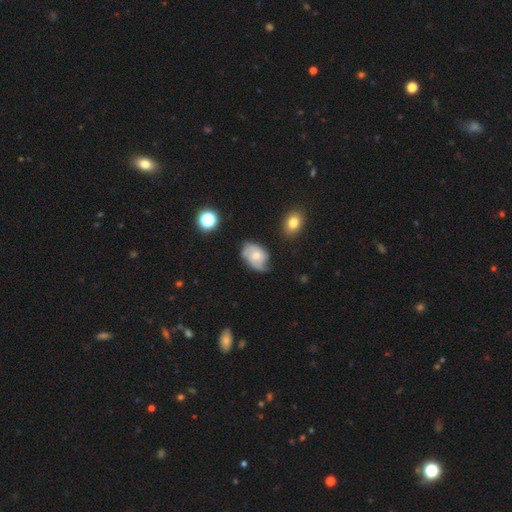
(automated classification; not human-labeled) Smooth or featured? Predicted: featured or disk (p=0.61). Edge-on disk? Predicted: no (p=0.97). Bar? Predicted: no (p=0.72). Spiral arms? Predicted: yes (p=0.89). Spiral winding? Predicted: medium (p=0.43). Spiral arm count? Predicted: 2 (p=0.42). Bulge size? Predicted: small (p=0.47). Merging? Predicted: none (p=0.55).